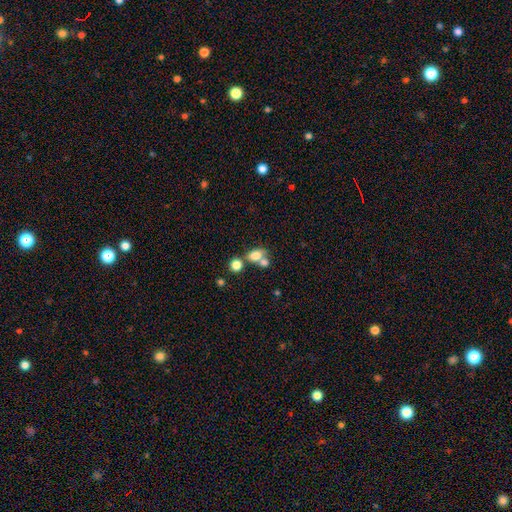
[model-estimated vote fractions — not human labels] Smooth or featured?
  - smooth: 74% *
  - featured or disk: 14%
  - star or artifact: 12%
How rounded?
  - in between: 67% *
  - round: 31%
  - cigar-shaped: 2%
Merging?
  - merger: 51% *
  - none: 33%
  - minor disturbance: 10%
  - major disturbance: 6%